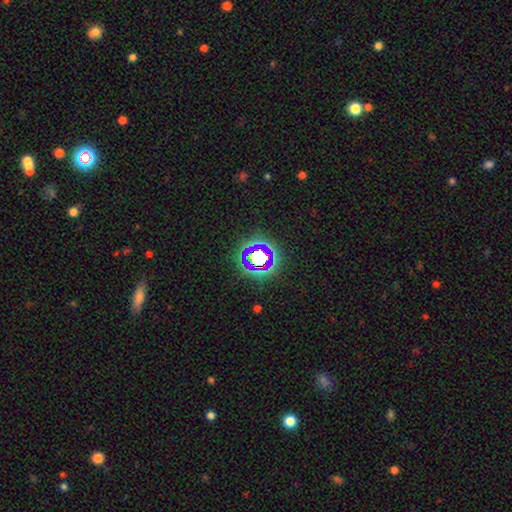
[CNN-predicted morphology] The model was most divided on "smooth or featured": star or artifact: 58%, smooth: 26%, featured or disk: 15%.